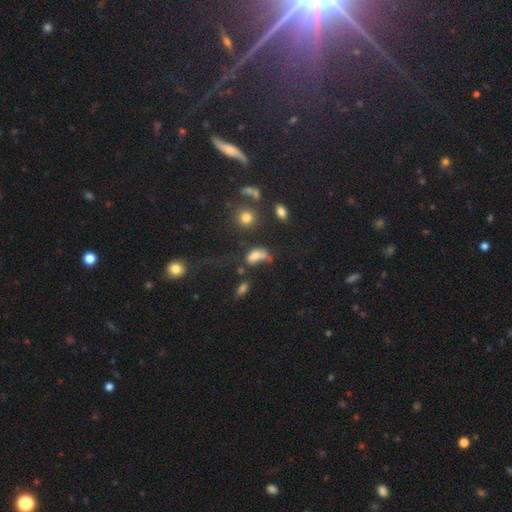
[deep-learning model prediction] smooth-or-featured: smooth: 68% | featured or disk: 16% | star or artifact: 15%
  how-rounded: in between: 81% | round: 13% | cigar-shaped: 6%
  merging: major disturbance: 30% | none: 26% | merger: 23% | minor disturbance: 20%